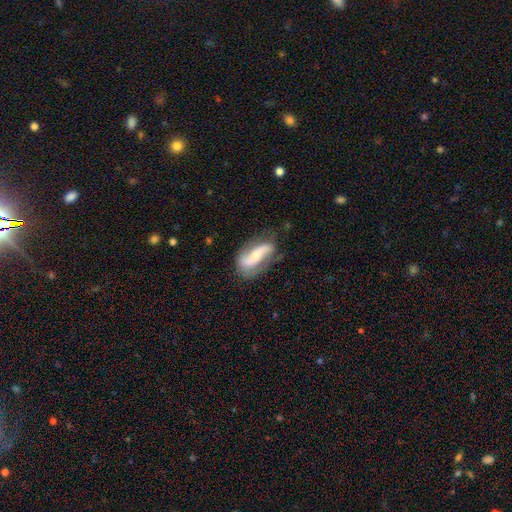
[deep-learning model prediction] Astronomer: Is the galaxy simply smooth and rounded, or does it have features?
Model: featured or disk — 76%.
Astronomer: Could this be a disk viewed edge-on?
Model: no — 92%.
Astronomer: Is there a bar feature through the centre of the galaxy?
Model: no — 41% (runner-up: strong, 32%).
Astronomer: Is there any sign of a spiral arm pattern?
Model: yes — 90%.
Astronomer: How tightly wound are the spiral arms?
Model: loose — 57%.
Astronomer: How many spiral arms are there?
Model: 2 — 88%.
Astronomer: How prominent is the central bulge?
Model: small — 49% (runner-up: moderate, 44%).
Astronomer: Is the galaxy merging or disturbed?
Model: none — 70%.